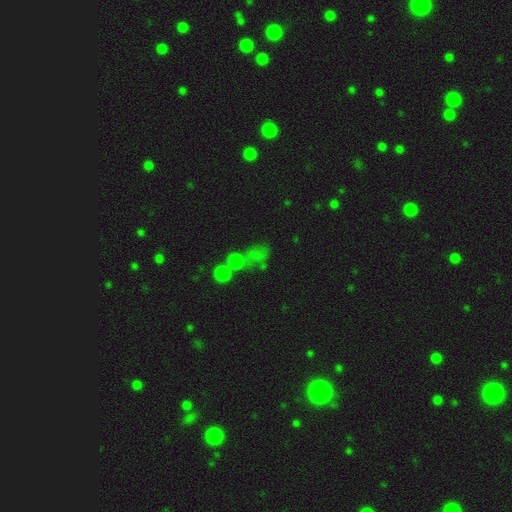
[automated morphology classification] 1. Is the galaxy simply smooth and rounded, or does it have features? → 65% smooth, 23% star or artifact, 13% featured or disk.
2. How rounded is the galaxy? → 54% round, 44% in between, 2% cigar-shaped.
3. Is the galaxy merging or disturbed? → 35% none, 31% merger, 20% major disturbance, 14% minor disturbance.